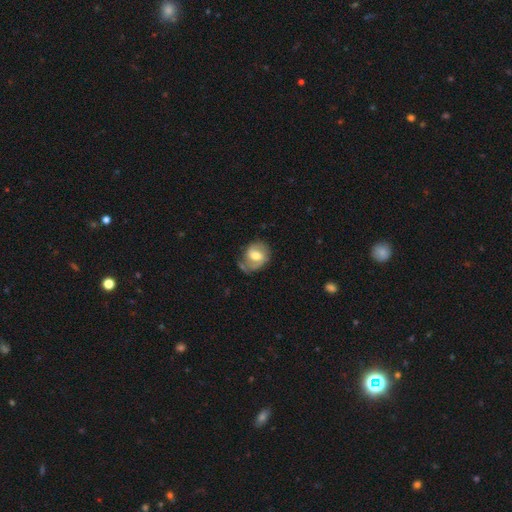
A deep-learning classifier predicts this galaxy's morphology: A featured or disk galaxy (56%) with a weak bar (48%), spiral arms (77%) and a moderate central bulge (66%).

Vote fractions:
- Smooth or featured? featured or disk: 56% / smooth: 37% / star or artifact: 7%
- Edge-on disk? no: 97% / yes: 3%
- Bar? weak: 48% / no: 36% / strong: 16%
- Spiral arms? yes: 77% / no: 23%
- Bulge size? moderate: 66% / small: 16% / large: 15% / none: 2% / dominant: 1%
- Merging? none: 50% / minor disturbance: 27% / major disturbance: 19% / merger: 4%